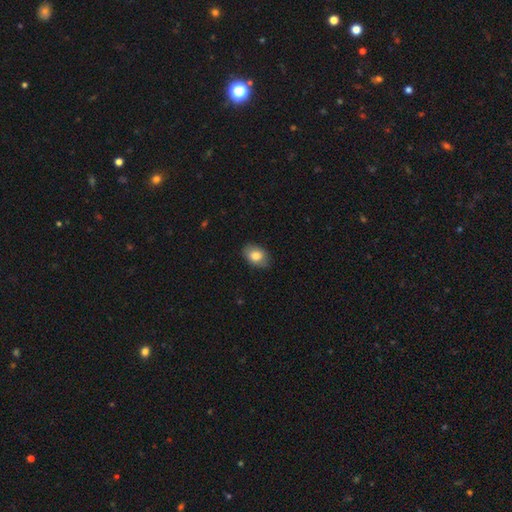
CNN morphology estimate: This appears to be a smooth galaxy with no disk features (82%) that is in between round and cigar-shaped (82%). Merging: none (82%).